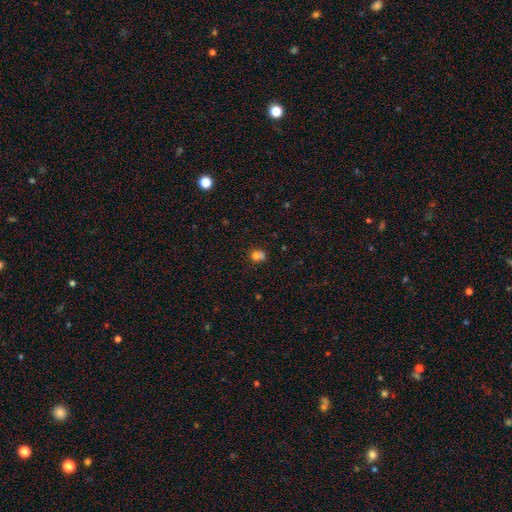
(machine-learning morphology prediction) Smooth or featured?
  - smooth: 73% *
  - star or artifact: 14%
  - featured or disk: 13%
How rounded?
  - round: 67% *
  - in between: 32%
  - cigar-shaped: 1%
Merging?
  - none: 40% *
  - merger: 39%
  - minor disturbance: 15%
  - major disturbance: 7%